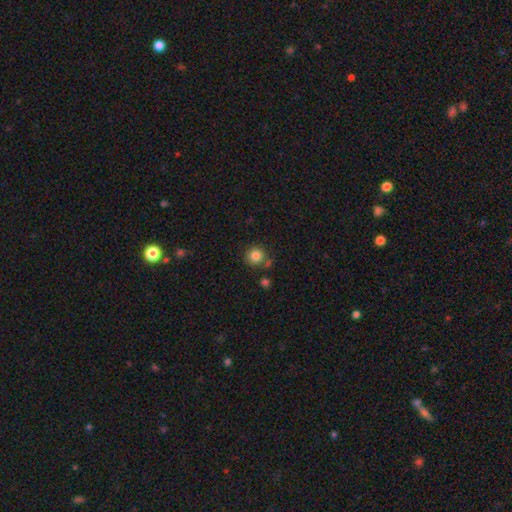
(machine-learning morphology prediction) Smooth or featured? Predicted: smooth (p=0.84). How rounded? Predicted: round (p=0.91). Merging? Predicted: none (p=0.74).